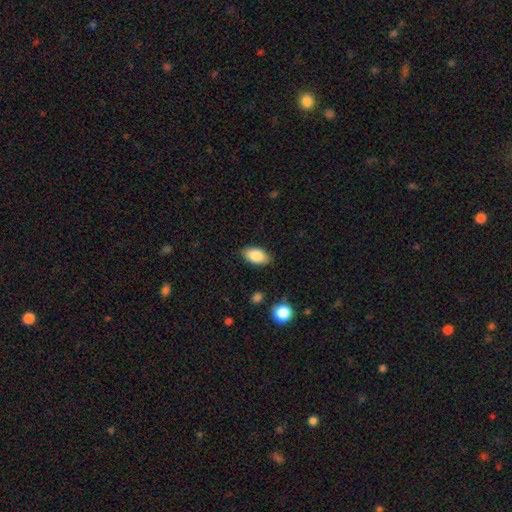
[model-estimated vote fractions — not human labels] Smooth or featured?
  - smooth: 85% *
  - featured or disk: 8%
  - star or artifact: 7%
How rounded?
  - in between: 93% *
  - round: 4%
  - cigar-shaped: 3%
Merging?
  - none: 85% *
  - minor disturbance: 12%
  - major disturbance: 3%
  - merger: 1%